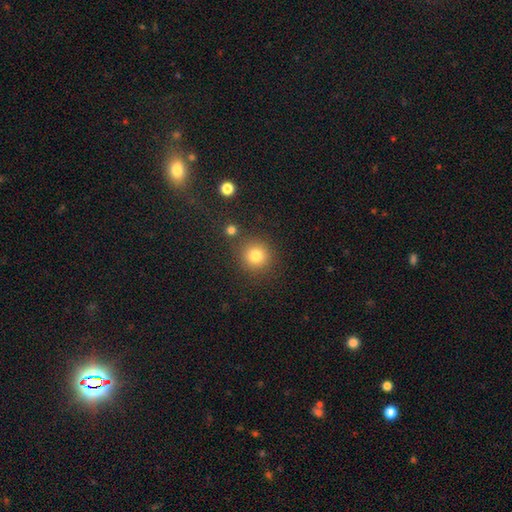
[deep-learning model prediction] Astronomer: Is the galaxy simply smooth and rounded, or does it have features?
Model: smooth — 81%.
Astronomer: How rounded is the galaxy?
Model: round — 93%.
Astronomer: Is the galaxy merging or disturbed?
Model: none — 84%.